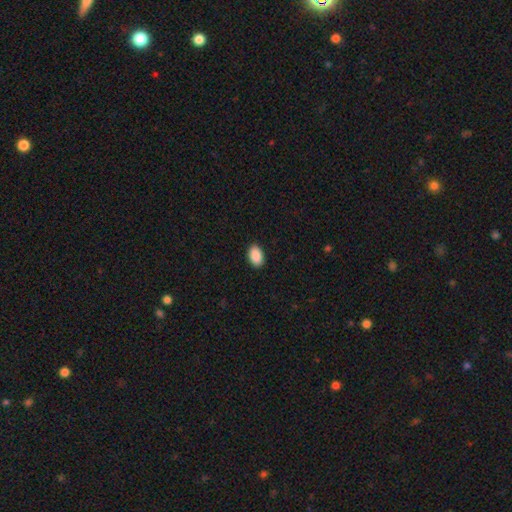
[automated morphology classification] The model was most divided on "merging": none: 90%, minor disturbance: 7%, major disturbance: 2%, merger: 1%. More confident: how rounded — in between (92%); smooth or featured — smooth (91%).